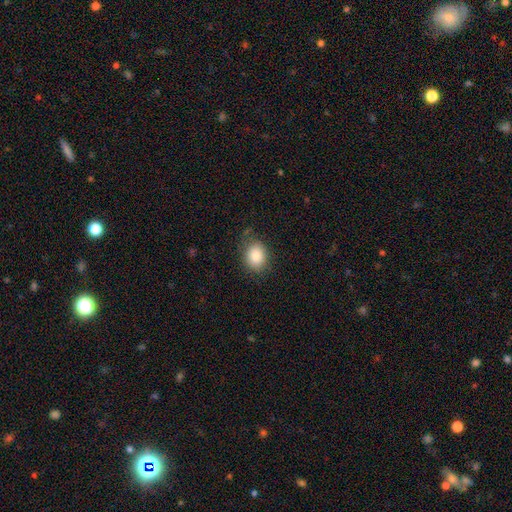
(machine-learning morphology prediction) This is clearly a smooth galaxy (85%). How rounded: possibly in between (53%). Merging: likely none (75%).